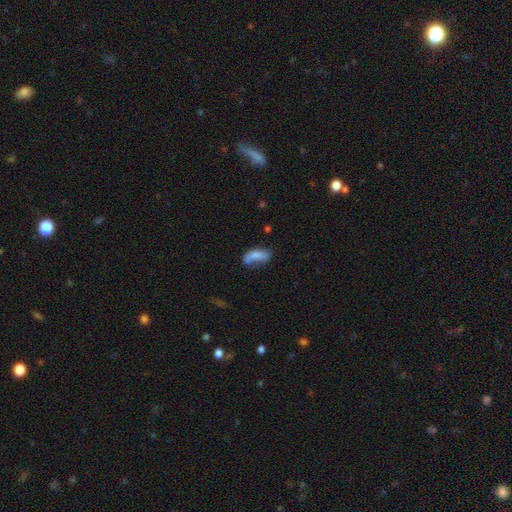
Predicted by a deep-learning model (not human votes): smooth_or_featured: smooth (p=0.76) [alt: featured or disk p=0.15]
how_rounded: in between (p=0.83) [alt: cigar-shaped p=0.14]
merging: none (p=0.40) [alt: minor disturbance p=0.27]